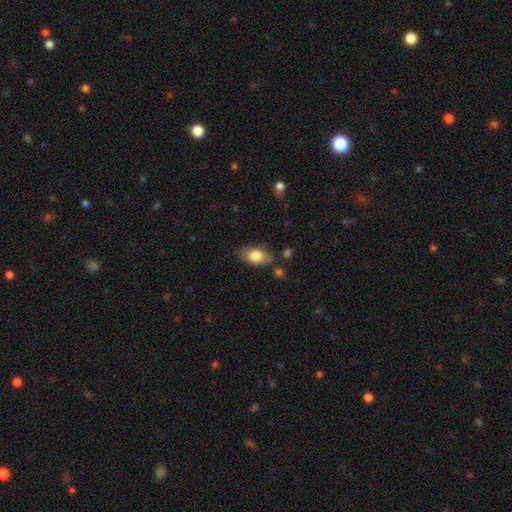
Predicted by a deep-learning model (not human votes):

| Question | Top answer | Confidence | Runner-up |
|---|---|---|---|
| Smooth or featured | smooth | 78% | featured or disk (15%) |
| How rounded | in between | 88% | round (7%) |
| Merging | none | 75% | minor disturbance (17%) |